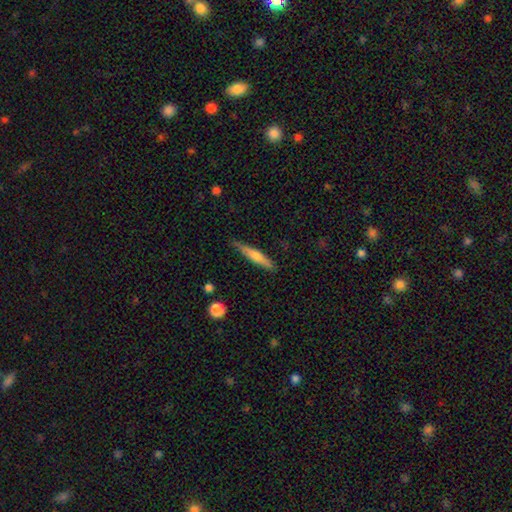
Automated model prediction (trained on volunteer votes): Morphology: type=smooth (55%); roundness=cigar-shaped (91%); merging=none (81%).